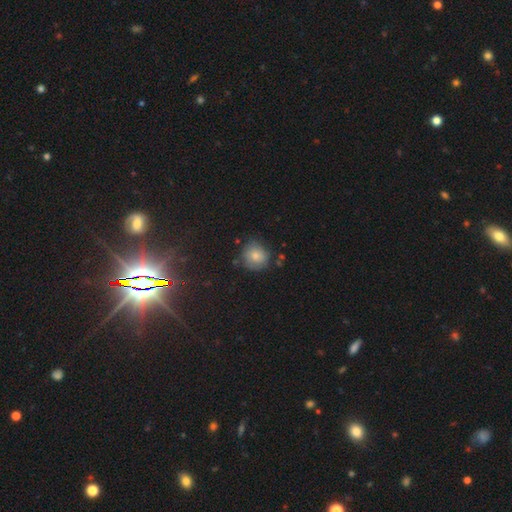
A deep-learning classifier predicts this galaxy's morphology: Smooth or featured: smooth — 76% (featured or disk — 13%)
How rounded: round — 87% (in between — 12%)
Merging: none — 73% (minor disturbance — 19%)